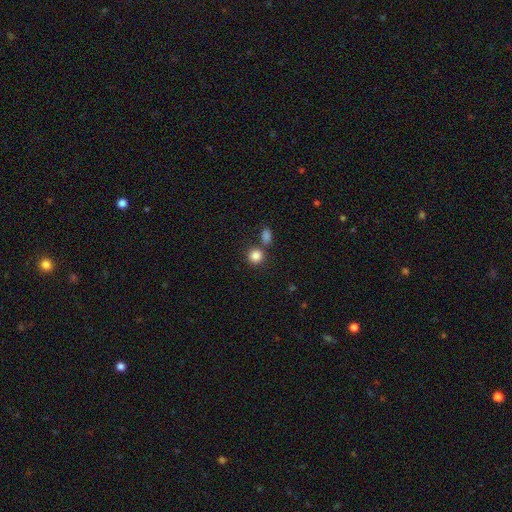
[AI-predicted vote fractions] smooth-or-featured: smooth: 85% | star or artifact: 10% | featured or disk: 5%
  how-rounded: round: 88% | in between: 11% | cigar-shaped: 1%
  merging: none: 68% | merger: 20% | minor disturbance: 9% | major disturbance: 3%